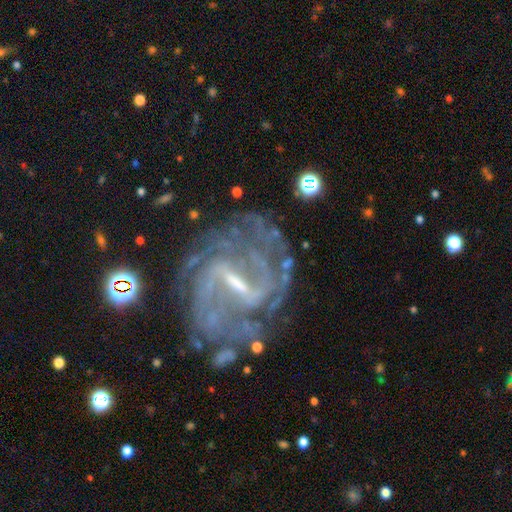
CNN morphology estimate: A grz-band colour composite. It shows a featured or disk galaxy (89%) with a strong bar (59%), 2 (35%) tight (45%) spiral arms (94%) and a small central bulge (57%). Merging: none (68%).